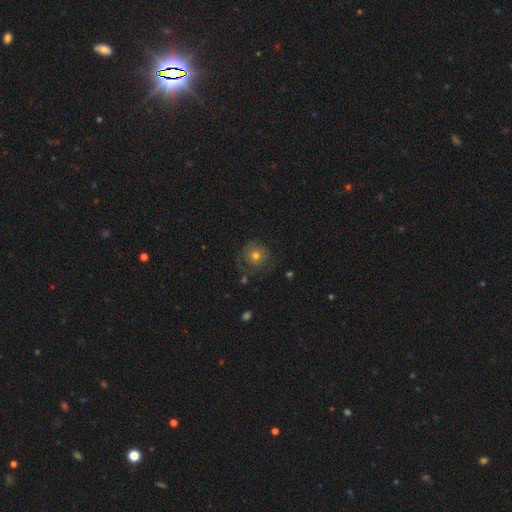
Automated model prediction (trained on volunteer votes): This is possibly a smooth galaxy (54%). How rounded: clearly round (91%). Merging: likely none (69%).